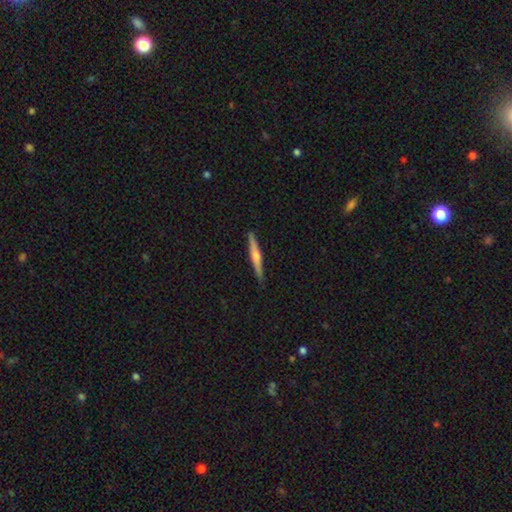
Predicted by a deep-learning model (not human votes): Smooth or featured?
  - featured or disk: 61% *
  - smooth: 34%
  - star or artifact: 6%
Edge-on disk?
  - yes: 98% *
  - no: 2%
Edge-on bulge?
  - rounded: 84% *
  - none: 11%
  - boxy: 5%
Merging?
  - none: 90% *
  - minor disturbance: 7%
  - major disturbance: 1%
  - merger: 1%